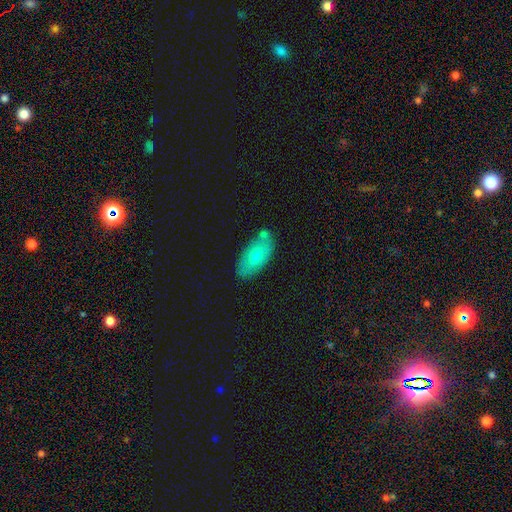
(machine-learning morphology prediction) Smooth or featured? Predicted: smooth (p=0.63). How rounded? Predicted: in between (p=0.90). Merging? Predicted: none (p=0.71).